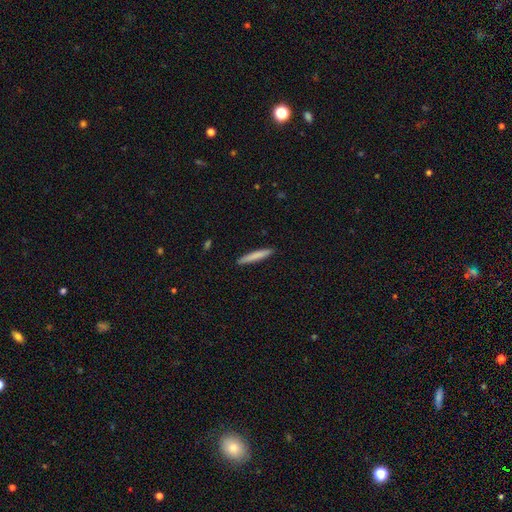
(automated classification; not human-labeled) smooth 79%, featured or disk 16%, star or artifact 5%. Down the decision tree: how rounded — cigar-shaped (95%); merging — none (92%).